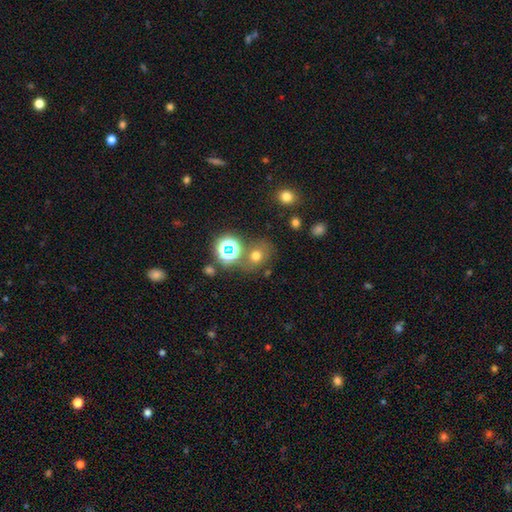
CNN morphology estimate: Smooth or featured?
  - smooth: 63% *
  - star or artifact: 26%
  - featured or disk: 11%
How rounded?
  - round: 62% *
  - in between: 36%
  - cigar-shaped: 1%
Merging?
  - none: 66% *
  - merger: 15%
  - minor disturbance: 13%
  - major disturbance: 6%